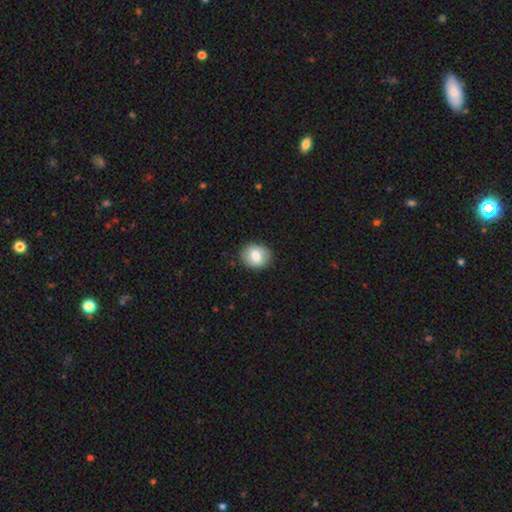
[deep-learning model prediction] Q: Smooth or featured?
A: smooth (79%); runner-up: featured or disk (13%)
Q: How rounded?
A: round (62%); runner-up: in between (37%)
Q: Merging?
A: none (87%); runner-up: minor disturbance (10%)